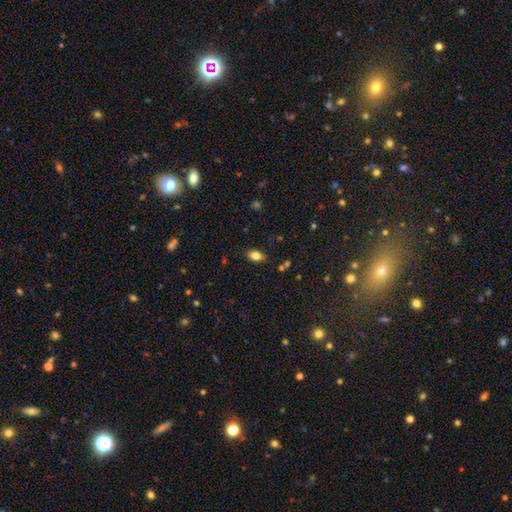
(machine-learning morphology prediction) The model was most divided on "smooth or featured": smooth: 81%, star or artifact: 10%, featured or disk: 8%. More confident: how rounded — in between (86%); merging — none (84%).